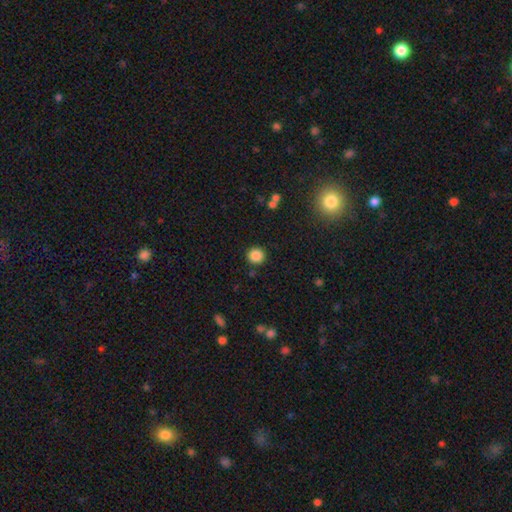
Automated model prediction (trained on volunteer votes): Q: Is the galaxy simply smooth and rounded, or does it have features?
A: smooth — 86%.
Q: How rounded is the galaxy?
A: round — 92%.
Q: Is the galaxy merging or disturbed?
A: none — 88%.